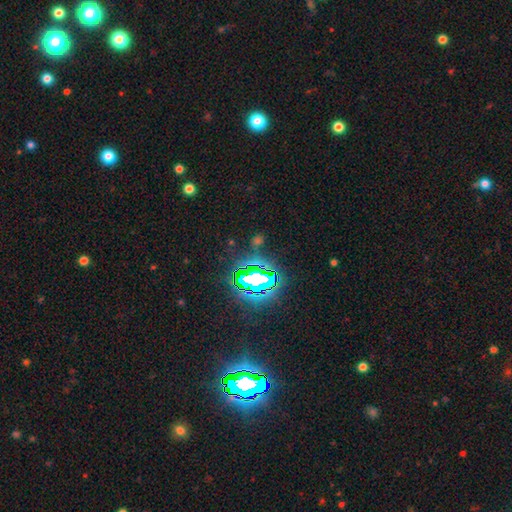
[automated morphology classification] Smooth or featured? Predicted: star or artifact (p=0.81).